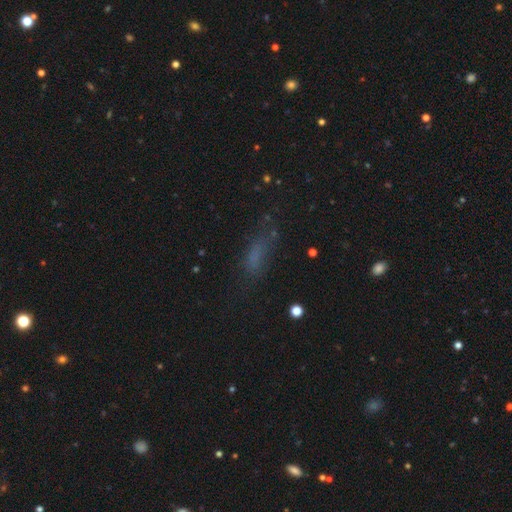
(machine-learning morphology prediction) This appears to be a smooth galaxy with no disk features (61%) that is in between round and cigar-shaped (55%). Merging: none (53%).